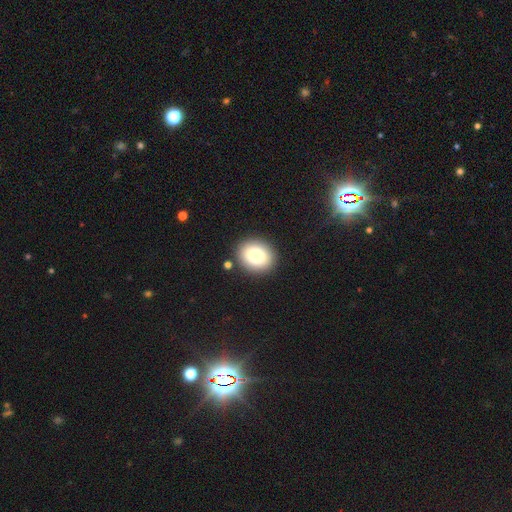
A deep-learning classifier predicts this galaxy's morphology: smooth 80%, star or artifact 10%, featured or disk 10%. Down the decision tree: how rounded — round (60%); merging — none (89%).